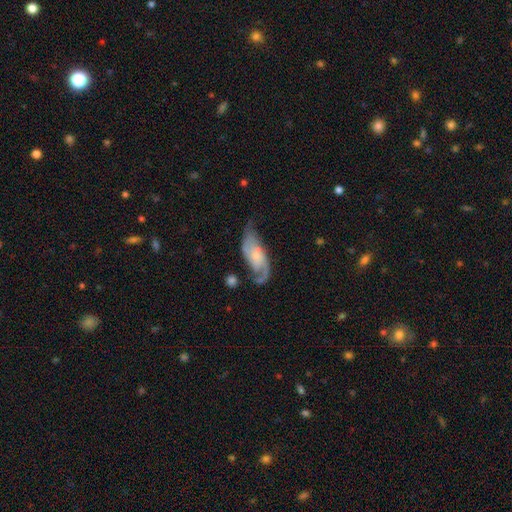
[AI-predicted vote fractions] smooth-or-featured: featured or disk: 78% | smooth: 16% | star or artifact: 6%
  disk-edge-on: no: 93% | yes: 7%
    bar: no: 60% | weak: 31% | strong: 9%
    has-spiral-arms: yes: 94% | no: 6%
      spiral-winding: medium: 43% | loose: 37% | tight: 20%
      spiral-arm-count: 2: 83% | 1: 7% | can't tell: 7% | 3: 2% | 4: 1% | more than 4: 1%
    bulge-size: small: 53% | moderate: 26% | none: 15% | large: 4% | dominant: 1%
  merging: none: 56% | minor disturbance: 25% | major disturbance: 15% | merger: 4%